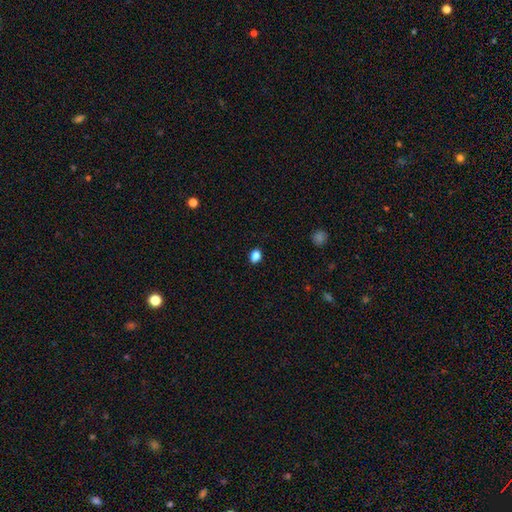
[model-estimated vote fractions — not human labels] Smooth or featured?
  - smooth: 84% *
  - star or artifact: 12%
  - featured or disk: 4%
How rounded?
  - in between: 63% *
  - round: 35%
  - cigar-shaped: 1%
Merging?
  - none: 87% *
  - minor disturbance: 9%
  - major disturbance: 2%
  - merger: 1%